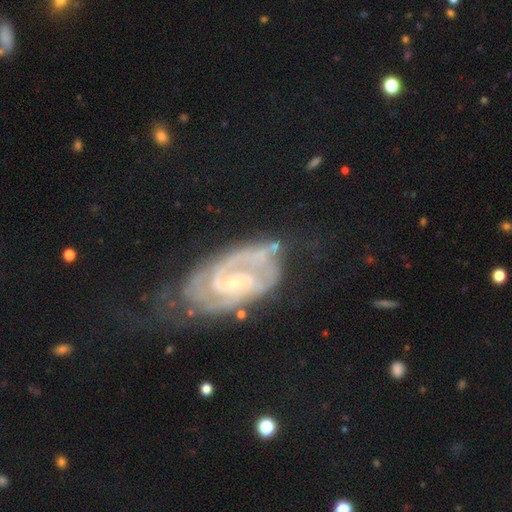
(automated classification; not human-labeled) Q: Smooth or featured?
A: featured or disk (89%); runner-up: smooth (6%)
Q: Edge-on disk?
A: no (97%); runner-up: yes (3%)
Q: Bar?
A: no (46%); runner-up: weak (41%)
Q: Spiral arms?
A: yes (97%); runner-up: no (3%)
Q: Spiral winding?
A: tight (48%); runner-up: medium (42%)
Q: Spiral arm count?
A: 2 (68%); runner-up: can't tell (11%)
Q: Bulge size?
A: small (76%); runner-up: moderate (18%)
Q: Merging?
A: none (51%); runner-up: minor disturbance (25%)